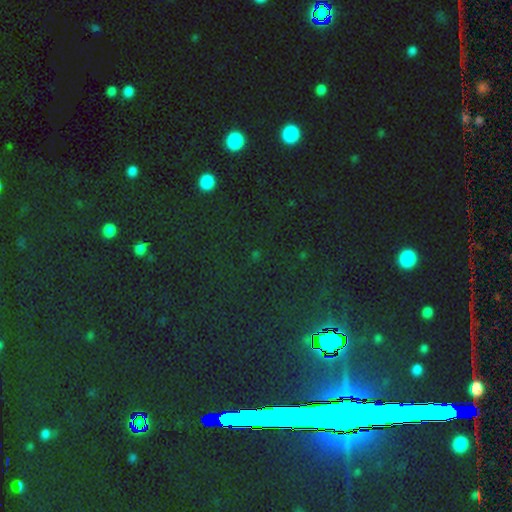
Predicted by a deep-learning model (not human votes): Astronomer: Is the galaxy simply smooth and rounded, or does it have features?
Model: star or artifact — 72%.